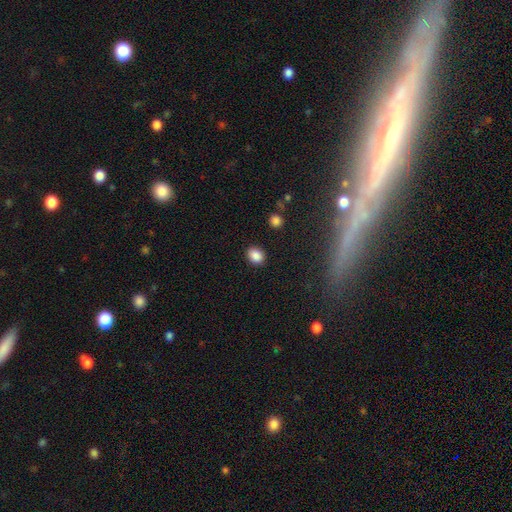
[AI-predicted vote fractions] smooth 87%, star or artifact 10%, featured or disk 4%. Down the decision tree: how rounded — in between (55%); merging — none (88%).